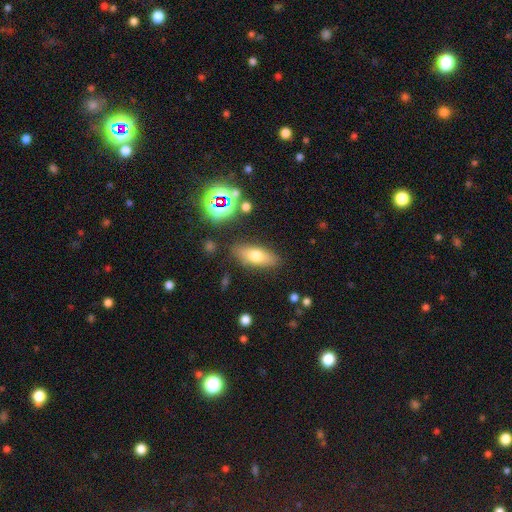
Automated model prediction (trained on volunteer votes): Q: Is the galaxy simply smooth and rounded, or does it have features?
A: smooth — 65%.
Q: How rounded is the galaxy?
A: in between — 69%.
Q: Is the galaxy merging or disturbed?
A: none — 83%.